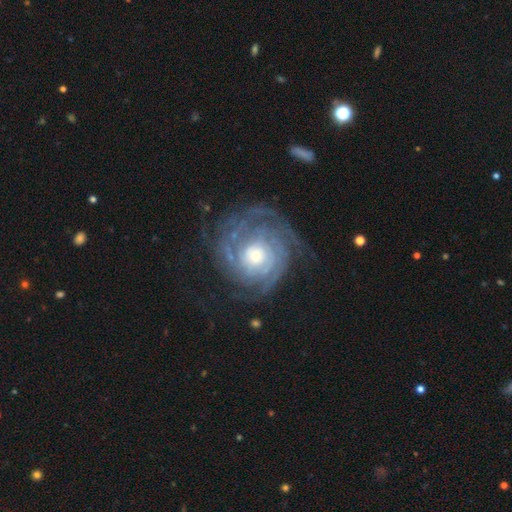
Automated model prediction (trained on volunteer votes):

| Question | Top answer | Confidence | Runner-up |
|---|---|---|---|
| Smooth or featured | featured or disk | 86% | smooth (8%) |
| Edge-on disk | no | 97% | yes (3%) |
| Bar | no | 78% | weak (17%) |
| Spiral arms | yes | 96% | no (4%) |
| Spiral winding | tight | 73% | medium (21%) |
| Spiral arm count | can't tell | 33% | 2 (18%) |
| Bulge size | moderate | 51% | small (33%) |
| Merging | none | 71% | minor disturbance (16%) |